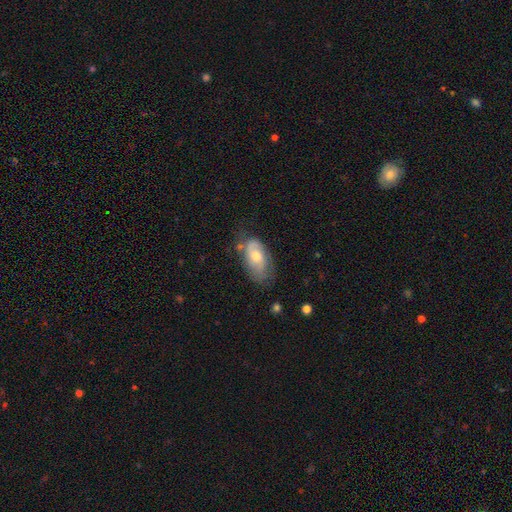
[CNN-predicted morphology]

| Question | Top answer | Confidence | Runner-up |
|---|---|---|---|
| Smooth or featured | smooth | 50% | featured or disk (43%) |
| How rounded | in between | 91% | round (5%) |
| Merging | none | 53% | minor disturbance (30%) |